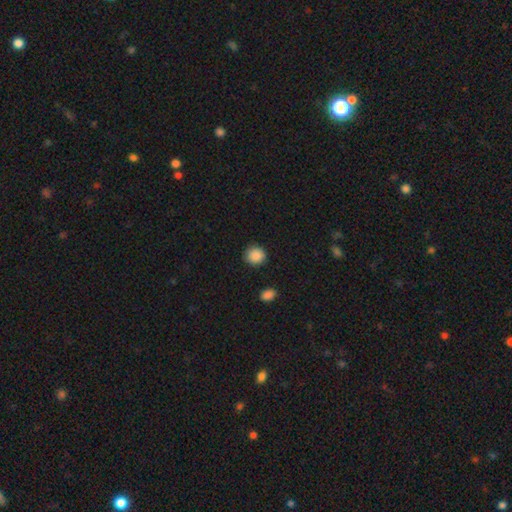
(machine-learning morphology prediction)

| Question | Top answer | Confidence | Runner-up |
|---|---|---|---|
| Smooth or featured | smooth | 89% | star or artifact (8%) |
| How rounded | round | 88% | in between (11%) |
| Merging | none | 89% | minor disturbance (7%) |